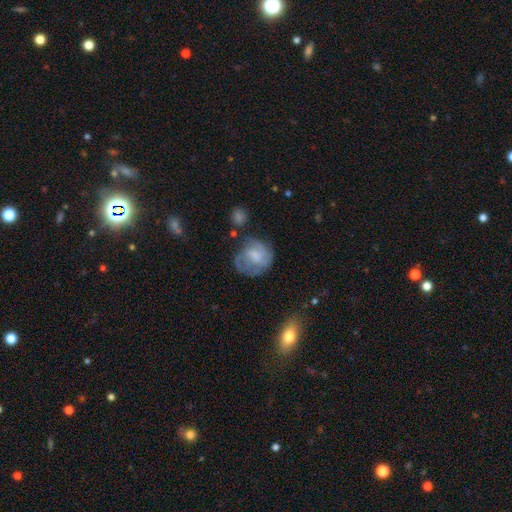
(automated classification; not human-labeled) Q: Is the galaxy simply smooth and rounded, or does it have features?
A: featured or disk — 46%, tied with smooth.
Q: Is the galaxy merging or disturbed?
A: none — 49%.